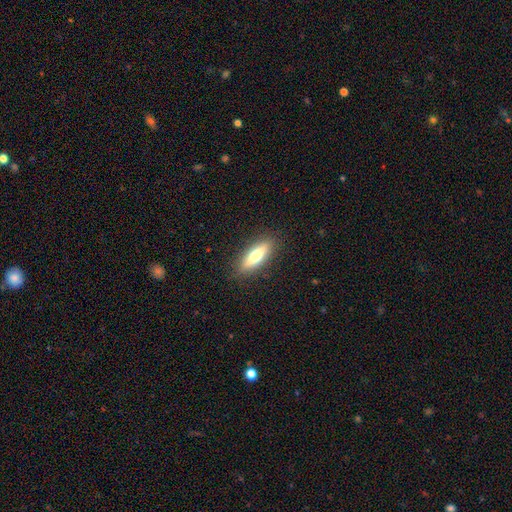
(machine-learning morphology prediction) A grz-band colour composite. It shows a smooth galaxy with no disk features (58%) that is cigar-shaped (56%). Merging: none (89%).